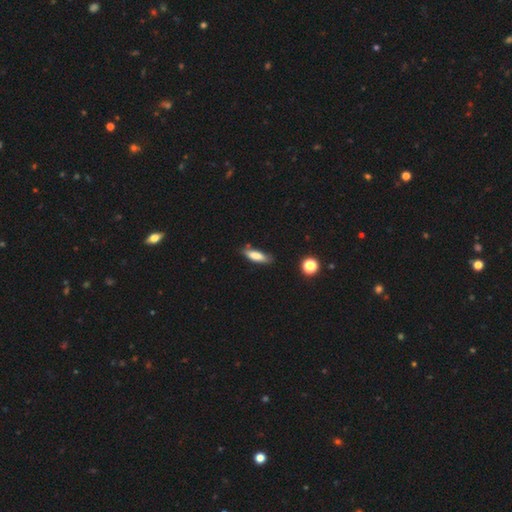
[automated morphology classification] This appears to be a smooth galaxy with no disk features (79%) that is in between round and cigar-shaped (49%). Merging: none (72%).